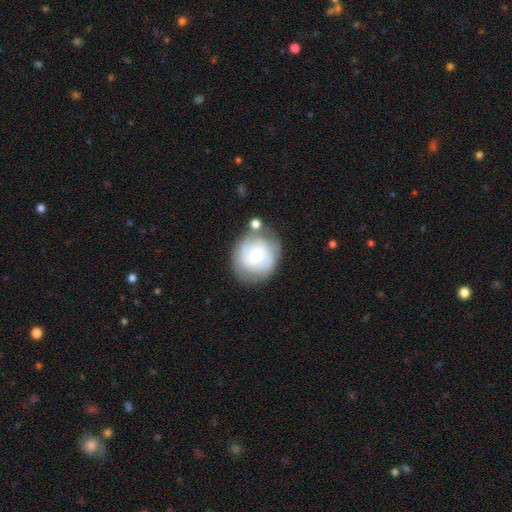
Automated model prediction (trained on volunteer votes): Morphology: type=featured or disk (55%); edge-on=no (97%); bar=no (61%); spiral arms=yes (77%); bulge=moderate (52%); merging=none (64%).